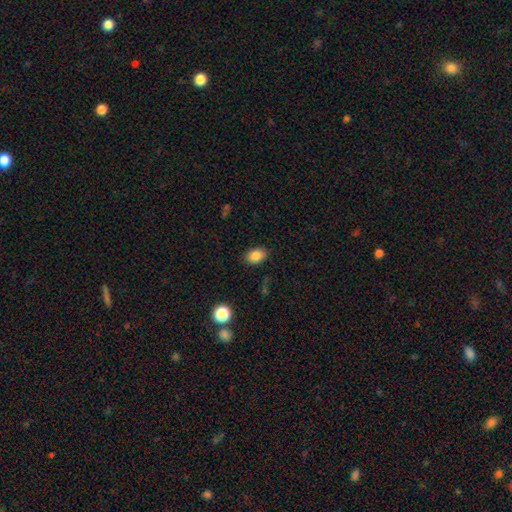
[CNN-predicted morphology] smooth 86%, star or artifact 10%, featured or disk 4%. Down the decision tree: how rounded — in between (79%); merging — none (86%).